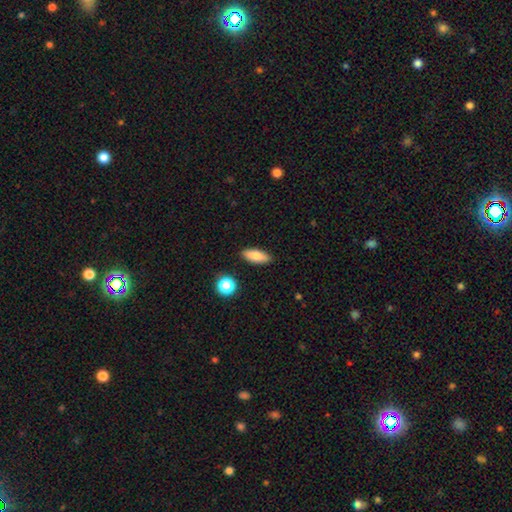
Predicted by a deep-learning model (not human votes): This appears to be a smooth galaxy with no disk features (80%) that is in between round and cigar-shaped (73%). Merging: none (89%).